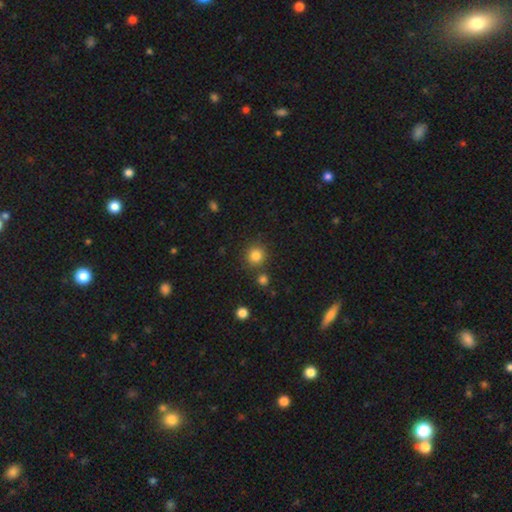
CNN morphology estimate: This appears to be a smooth galaxy with no disk features (83%) that is round (92%). Merging: none (82%).